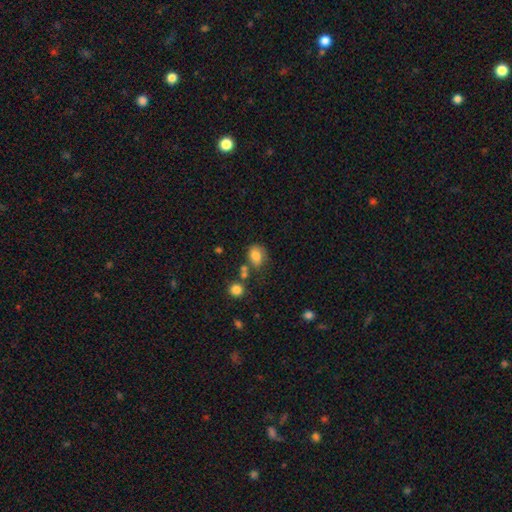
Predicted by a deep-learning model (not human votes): The model was most divided on "how rounded": in between: 60%, round: 39%, cigar-shaped: 1%. More confident: smooth or featured — smooth (79%); merging — none (55%).